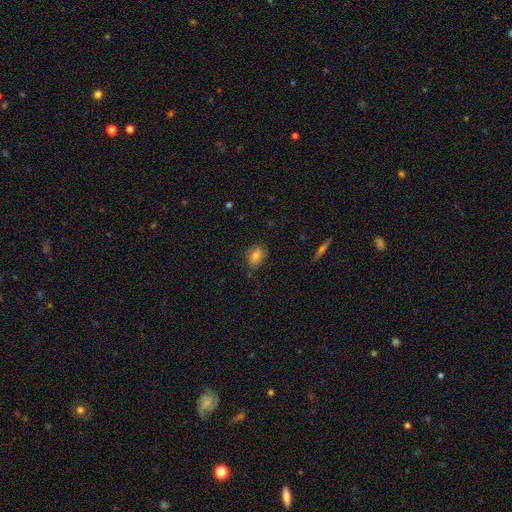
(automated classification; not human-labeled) The model was most divided on "how rounded": in between: 58%, round: 39%, cigar-shaped: 2%. More confident: merging — none (76%); smooth or featured — smooth (76%).